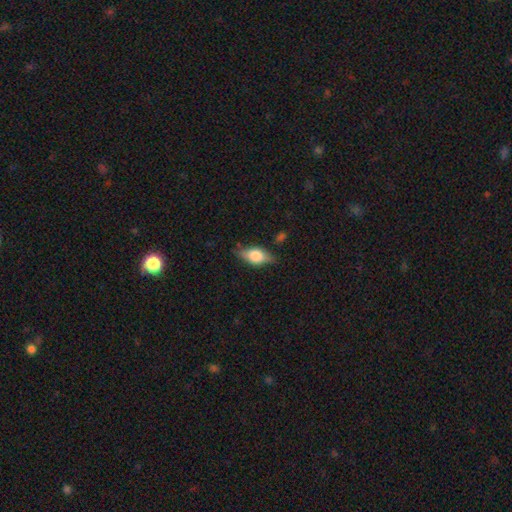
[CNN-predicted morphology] Smooth or featured? smooth (61%)
How rounded? in between (81%)
Merging? none (74%)